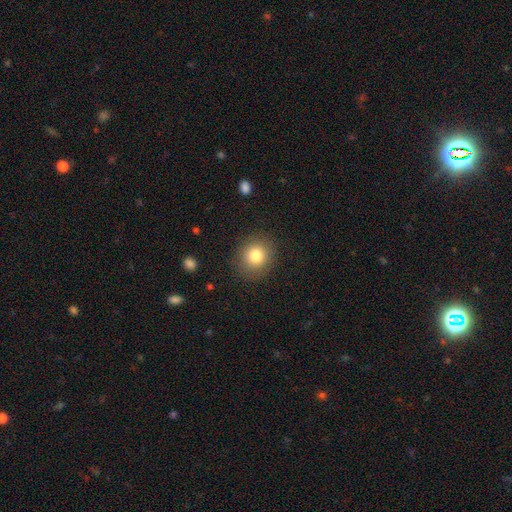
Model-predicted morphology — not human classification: This appears to be a smooth galaxy with no disk features (80%) that is round (83%). Merging: none (88%).